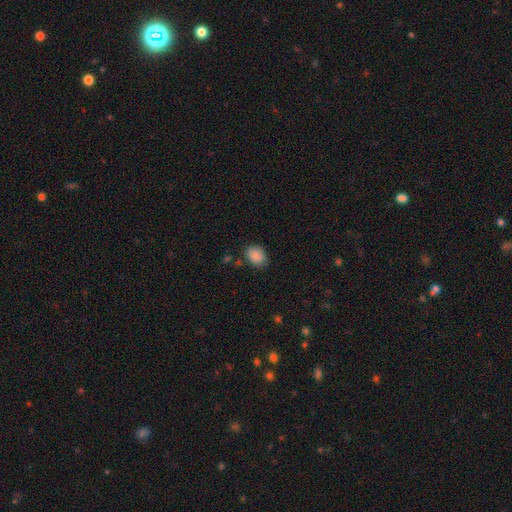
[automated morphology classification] Smooth or featured: smooth — 88% (star or artifact — 8%)
How rounded: in between — 65% (round — 34%)
Merging: none — 79% (minor disturbance — 15%)